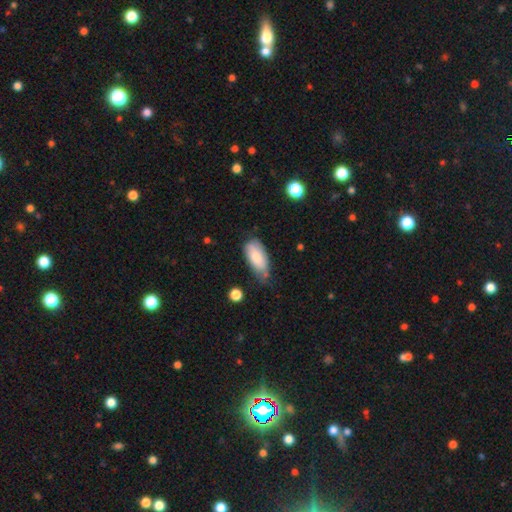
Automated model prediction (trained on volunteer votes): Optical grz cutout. It shows a smooth galaxy with no disk features (77%) that is in between round and cigar-shaped (89%). Merging: none (49%).